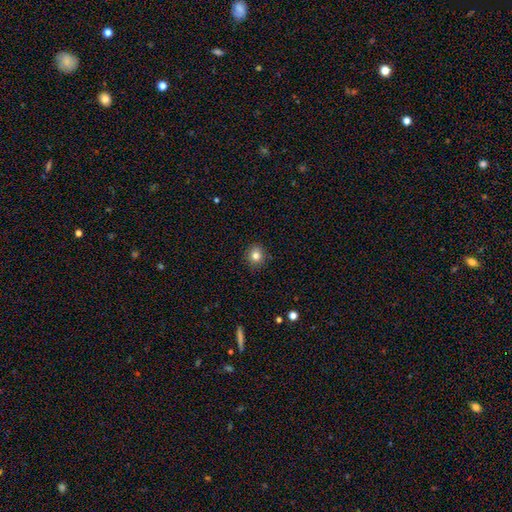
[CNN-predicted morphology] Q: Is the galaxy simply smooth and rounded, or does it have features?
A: smooth — 81%.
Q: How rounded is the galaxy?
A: round — 84%.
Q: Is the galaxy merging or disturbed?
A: none — 89%.